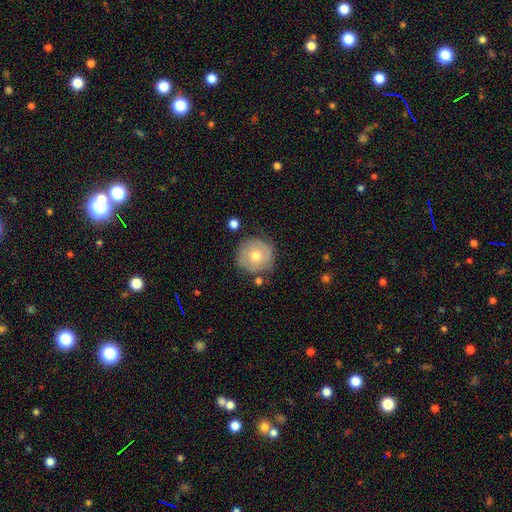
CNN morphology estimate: A smooth galaxy with no disk features (62%) that is round (94%).

Vote fractions:
- Smooth or featured? smooth: 62% / featured or disk: 30% / star or artifact: 8%
- How rounded? round: 94% / in between: 5% / cigar-shaped: 1%
- Merging? none: 75% / minor disturbance: 16% / major disturbance: 4% / merger: 4%